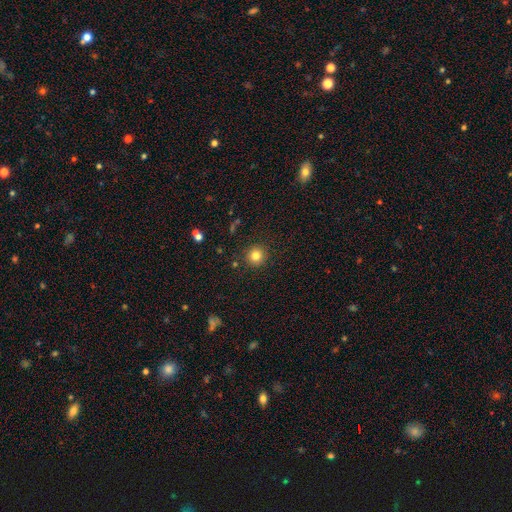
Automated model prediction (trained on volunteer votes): A smooth galaxy with no disk features (81%) that is round (94%). Merging: none (90%).